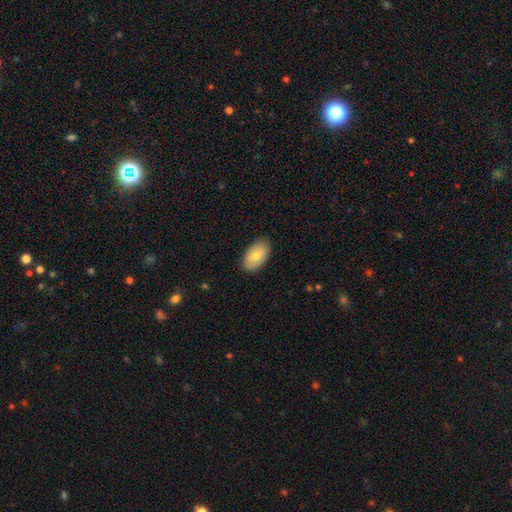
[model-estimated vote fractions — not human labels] Q: Smooth or featured?
A: smooth (75%); runner-up: featured or disk (19%)
Q: How rounded?
A: in between (94%); runner-up: round (4%)
Q: Merging?
A: none (87%); runner-up: minor disturbance (10%)